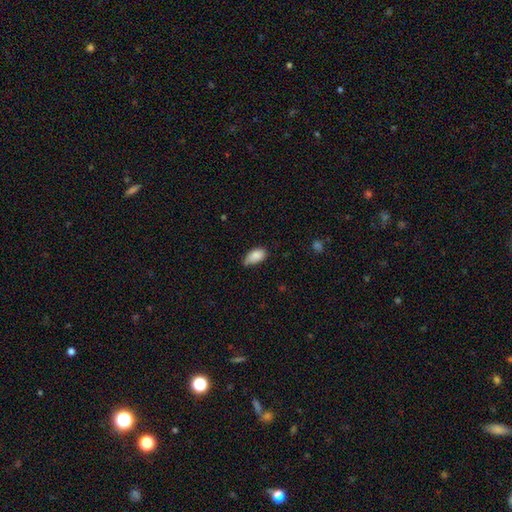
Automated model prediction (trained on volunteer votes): The model was most divided on "merging": none: 55%, minor disturbance: 37%, major disturbance: 6%, merger: 2%. More confident: how rounded — in between (93%); smooth or featured — smooth (87%).